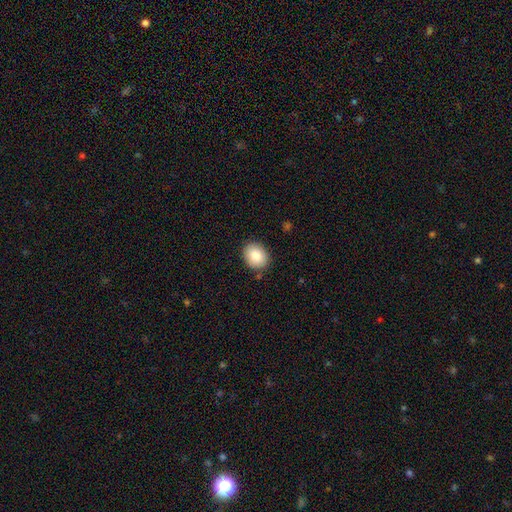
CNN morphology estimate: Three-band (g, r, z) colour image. It shows a smooth galaxy with no disk features (85%) that is in between round and cigar-shaped (51%). Merging: none (86%).